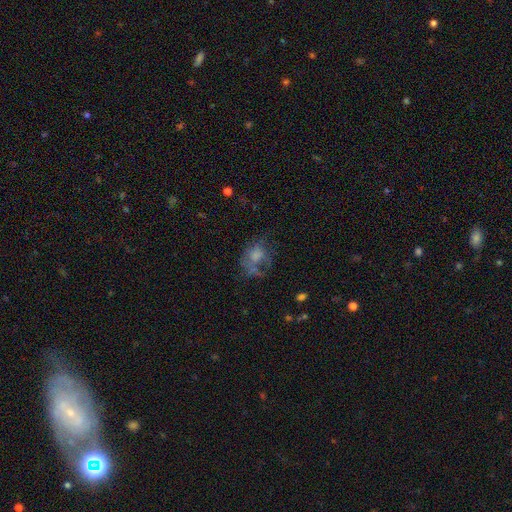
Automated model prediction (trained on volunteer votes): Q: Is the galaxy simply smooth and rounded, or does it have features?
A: smooth — 42%.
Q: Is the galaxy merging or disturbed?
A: none — 43%.